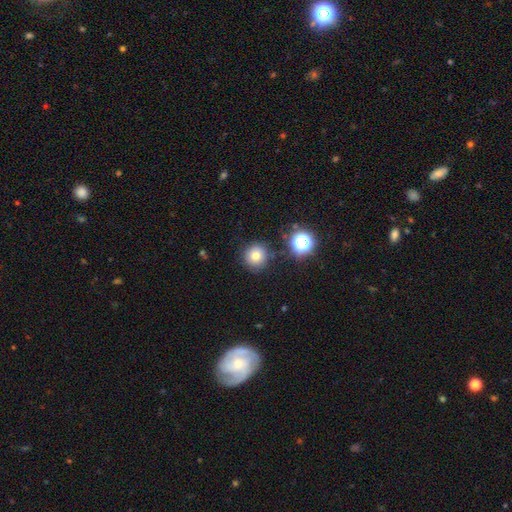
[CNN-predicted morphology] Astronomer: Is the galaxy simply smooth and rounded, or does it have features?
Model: smooth — 72%.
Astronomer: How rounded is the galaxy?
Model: round — 94%.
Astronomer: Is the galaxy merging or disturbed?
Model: none — 85%.